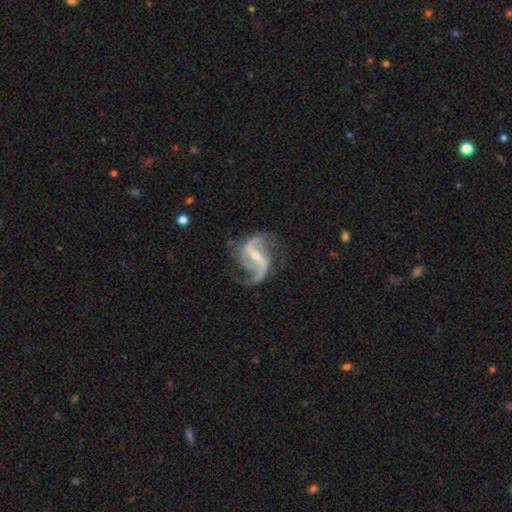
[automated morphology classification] Smooth or featured: featured or disk — 91% (star or artifact — 5%)
Edge-on disk: no — 97% (yes — 3%)
Bar: strong — 57% (weak — 32%)
Spiral arms: yes — 97% (no — 3%)
Spiral winding: loose — 56% (medium — 36%)
Spiral arm count: 2 — 86% (1 — 4%)
Bulge size: small — 52% (moderate — 44%)
Merging: none — 68% (minor disturbance — 18%)